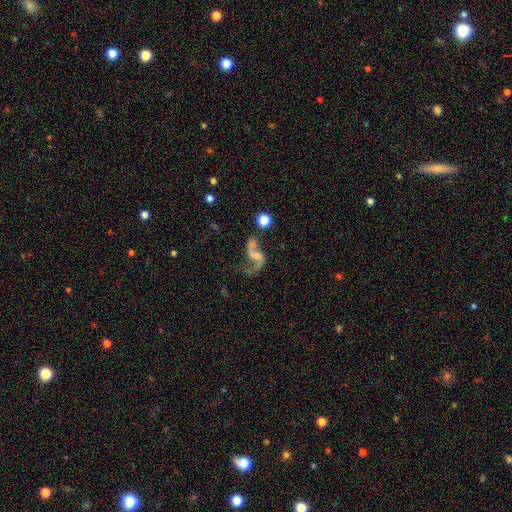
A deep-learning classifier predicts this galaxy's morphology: The model was most divided on "bulge size": none: 42%, small: 35%, moderate: 18%, large: 4%, dominant: 2%. Remaining: edge-on disk — no (97%); spiral arms — yes (89%); spiral winding — loose (86%); spiral arm count — 2 (81%); smooth or featured — featured or disk (79%); bar — no (45%); merging — none (39%).